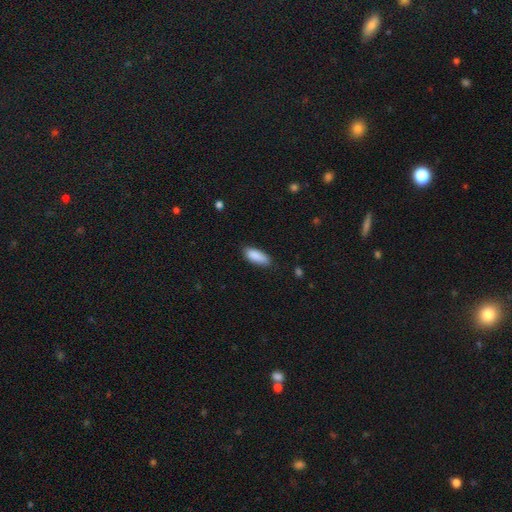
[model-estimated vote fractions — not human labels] smooth_or_featured: smooth (p=0.89) [alt: star or artifact p=0.06]
how_rounded: in between (p=0.76) [alt: cigar-shaped p=0.23]
merging: none (p=0.81) [alt: minor disturbance p=0.15]